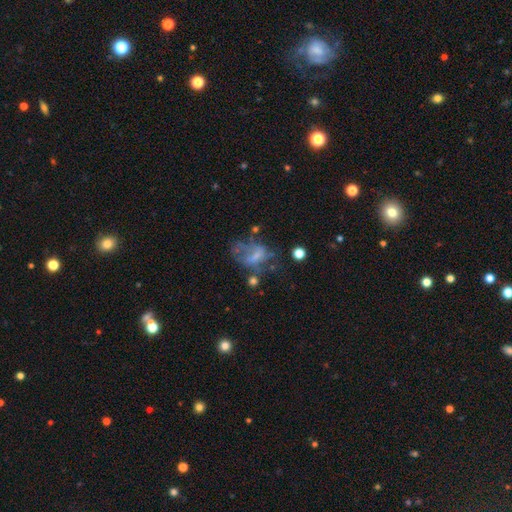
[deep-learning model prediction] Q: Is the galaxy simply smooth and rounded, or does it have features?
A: featured or disk — 45%.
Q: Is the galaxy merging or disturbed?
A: major disturbance — 41%.